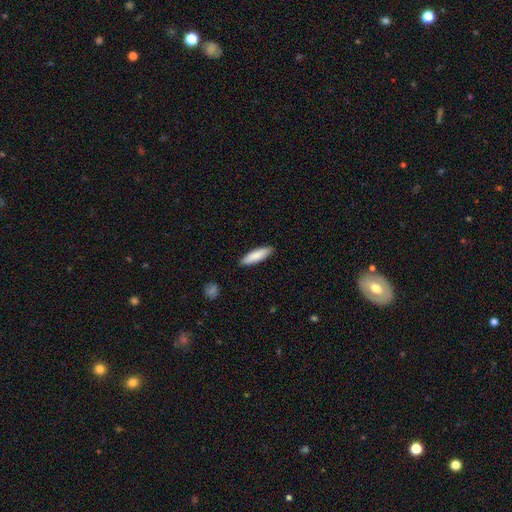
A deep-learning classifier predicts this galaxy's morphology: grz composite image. It shows a smooth galaxy with no disk features (85%) that is cigar-shaped (62%). Merging: none (89%).